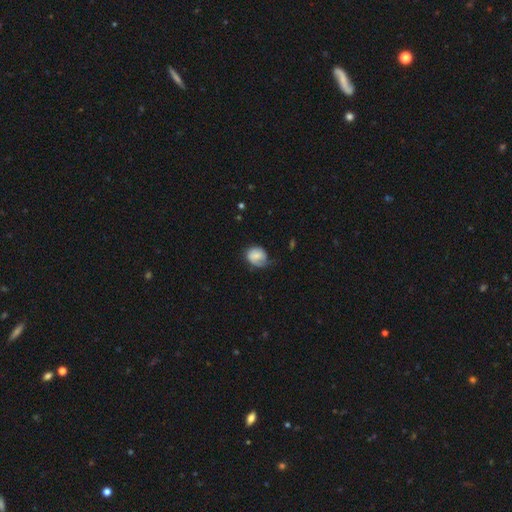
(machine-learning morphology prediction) smooth_or_featured: smooth (p=0.59) [alt: featured or disk p=0.33]
how_rounded: round (p=0.56) [alt: in between p=0.43]
merging: none (p=0.45) [alt: minor disturbance p=0.34]